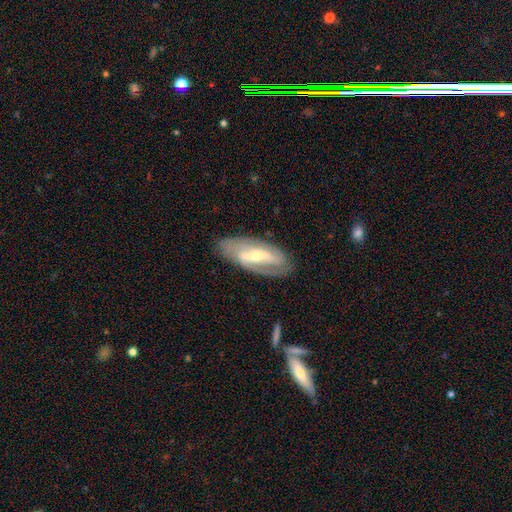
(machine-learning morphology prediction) Smooth or featured? Predicted: featured or disk (p=0.77). Edge-on disk? Predicted: no (p=0.89). Bar? Predicted: strong (p=0.55). Spiral arms? Predicted: yes (p=0.83). Spiral winding? Predicted: medium (p=0.41). Spiral arm count? Predicted: 2 (p=0.73). Bulge size? Predicted: small (p=0.53). Merging? Predicted: none (p=0.78).